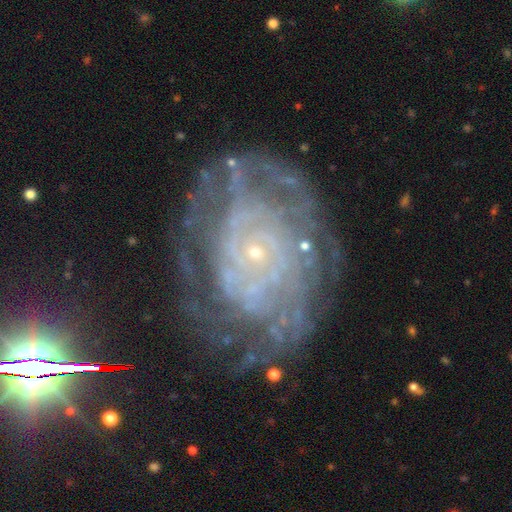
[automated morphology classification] smooth-or-featured: featured or disk: 81% | star or artifact: 9% | smooth: 9%
  disk-edge-on: no: 96% | yes: 4%
    bar: no: 82% | weak: 14% | strong: 5%
    has-spiral-arms: yes: 88% | no: 12%
      spiral-winding: tight: 74% | medium: 19% | loose: 6%
      spiral-arm-count: can't tell: 46% | more than 4: 14% | 2: 12% | 4: 11% | 3: 10% | 1: 6%
    bulge-size: small: 88% | moderate: 6% | none: 3% | large: 1% | dominant: 1%
  merging: none: 69% | minor disturbance: 18% | major disturbance: 11% | merger: 2%